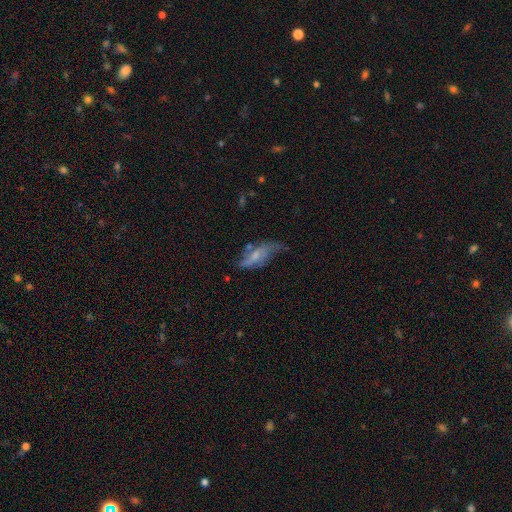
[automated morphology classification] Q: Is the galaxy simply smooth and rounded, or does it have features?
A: featured or disk — 51%.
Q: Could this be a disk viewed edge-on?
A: no — 84%.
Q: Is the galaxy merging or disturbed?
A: none — 37%.